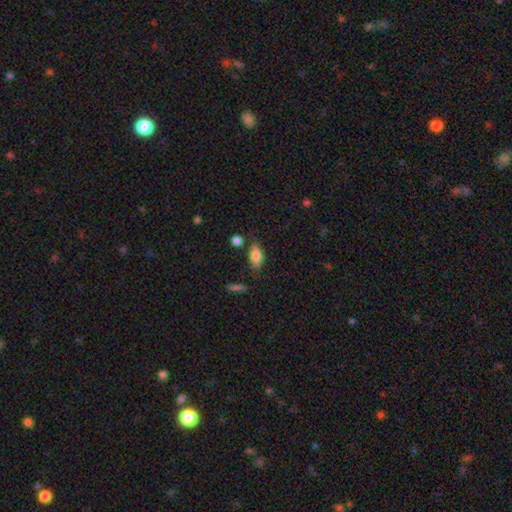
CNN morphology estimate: A smooth galaxy with no disk features (77%) that is in between round and cigar-shaped (86%). Merging: none (71%).